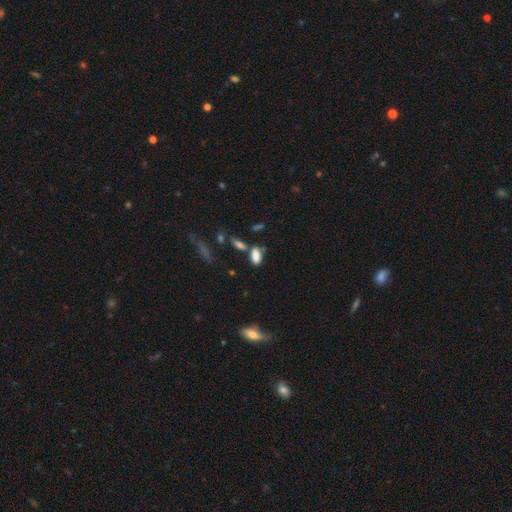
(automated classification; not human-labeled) Smooth or featured: smooth — 80% (star or artifact — 10%)
How rounded: in between — 87% (cigar-shaped — 9%)
Merging: none — 54% (merger — 20%)